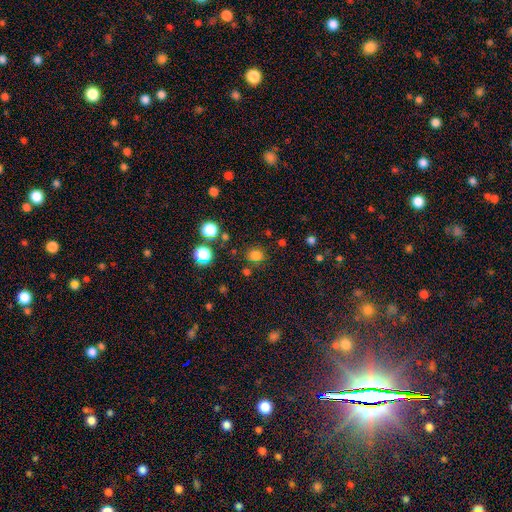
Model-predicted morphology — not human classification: smooth 77%, star or artifact 19%, featured or disk 4%. Down the decision tree: how rounded — round (88%); merging — none (82%).